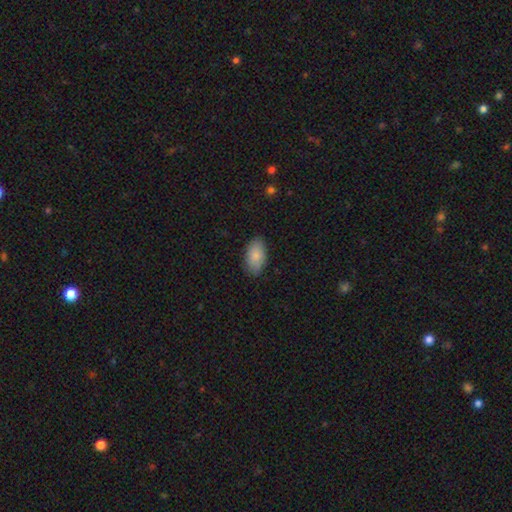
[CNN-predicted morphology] Smooth or featured?
  - smooth: 85% *
  - featured or disk: 9%
  - star or artifact: 6%
How rounded?
  - in between: 94% *
  - round: 4%
  - cigar-shaped: 2%
Merging?
  - none: 85% *
  - minor disturbance: 12%
  - major disturbance: 2%
  - merger: 1%